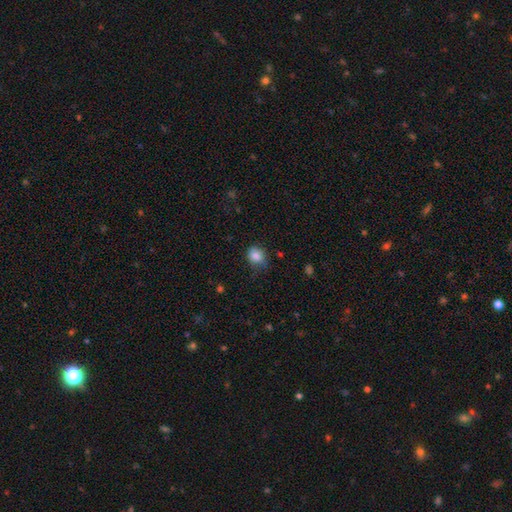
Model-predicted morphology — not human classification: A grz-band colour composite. It shows a smooth galaxy with no disk features (86%) that is round (63%). Merging: none (68%).